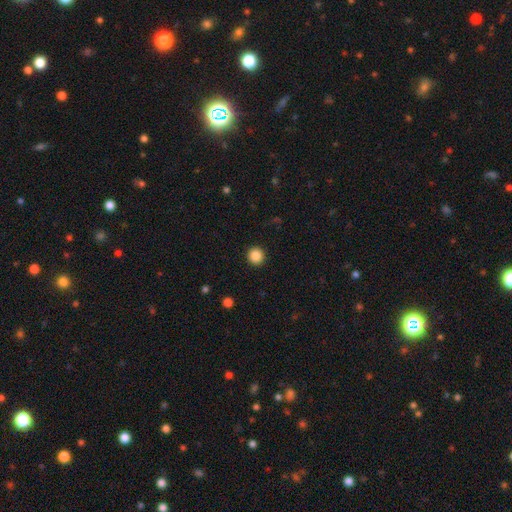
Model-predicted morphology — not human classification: A smooth galaxy with no disk features (87%) that is round (95%).

Vote fractions:
- Smooth or featured? smooth: 87% / star or artifact: 10% / featured or disk: 3%
- How rounded? round: 95% / in between: 4% / cigar-shaped: 1%
- Merging? none: 93% / minor disturbance: 4% / major disturbance: 2% / merger: 1%